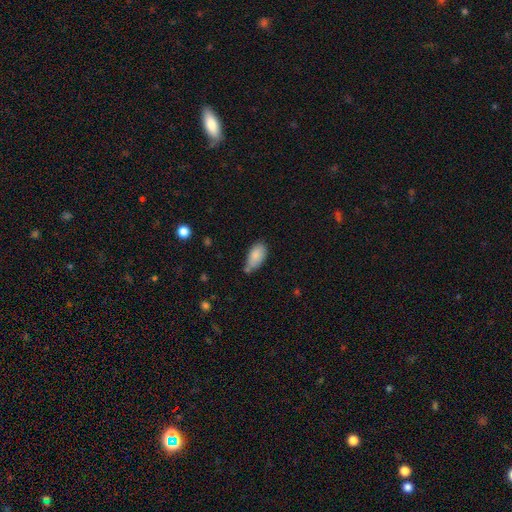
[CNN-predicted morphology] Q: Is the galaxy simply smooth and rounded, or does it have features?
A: smooth — 85%.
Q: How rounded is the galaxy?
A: in between — 93%.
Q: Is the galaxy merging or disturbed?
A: none — 49%.